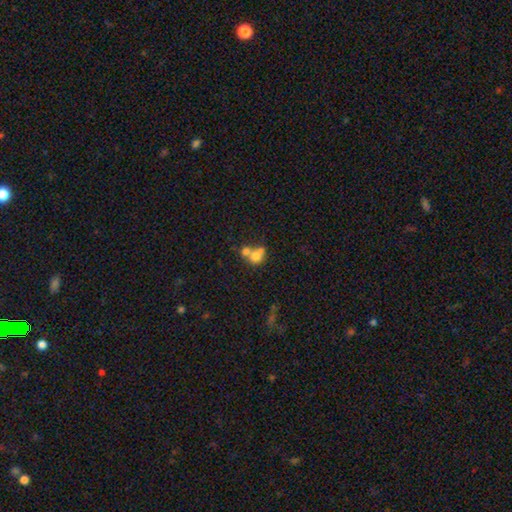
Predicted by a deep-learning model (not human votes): This appears to be a smooth galaxy with no disk features (69%) that is round (65%). Merging: merger (62%).